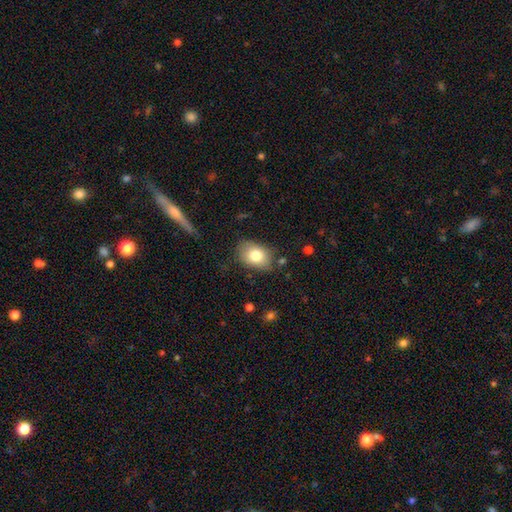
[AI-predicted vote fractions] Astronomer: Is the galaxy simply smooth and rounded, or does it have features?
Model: smooth — 79%.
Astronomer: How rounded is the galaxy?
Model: in between — 80%.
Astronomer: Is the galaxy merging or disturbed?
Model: none — 78%.